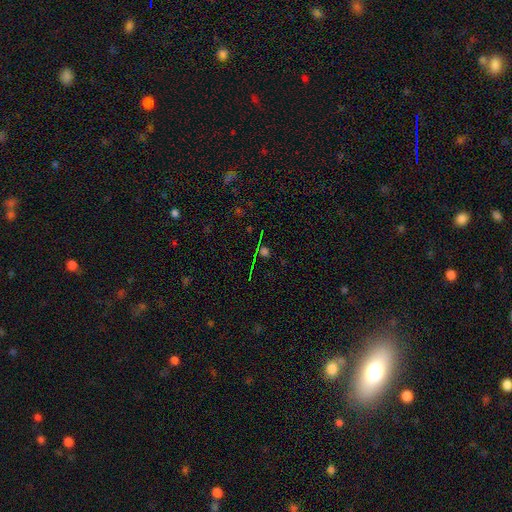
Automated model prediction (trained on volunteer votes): Overall: star or artifact (67%).